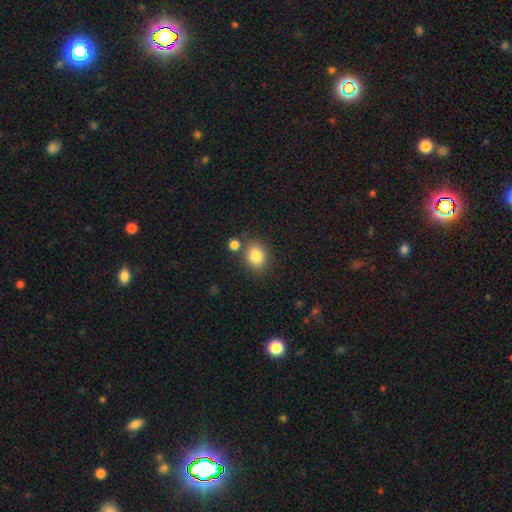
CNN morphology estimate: A smooth galaxy with no disk features (83%) that is round (58%).

Vote fractions:
- Smooth or featured? smooth: 83% / star or artifact: 10% / featured or disk: 7%
- How rounded? round: 58% / in between: 41% / cigar-shaped: 1%
- Merging? none: 73% / merger: 12% / minor disturbance: 11% / major disturbance: 3%